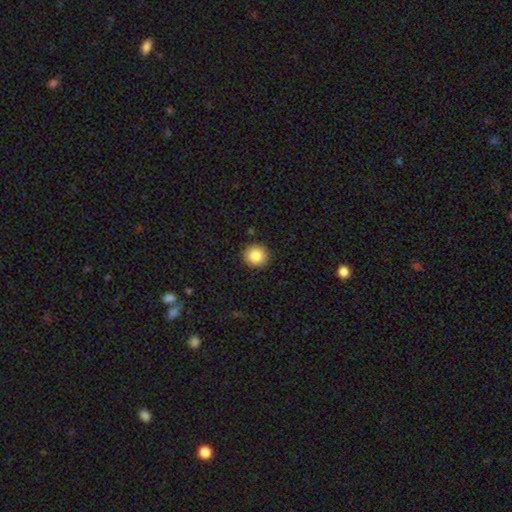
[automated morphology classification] Smooth or featured? Predicted: smooth (p=0.85). How rounded? Predicted: round (p=0.90). Merging? Predicted: none (p=0.91).